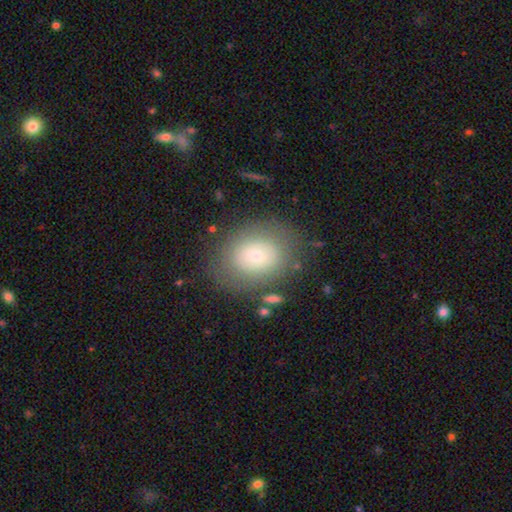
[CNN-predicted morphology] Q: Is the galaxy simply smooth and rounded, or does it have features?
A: smooth — 70%.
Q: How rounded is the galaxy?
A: in between — 56%.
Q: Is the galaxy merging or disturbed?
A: none — 77%.